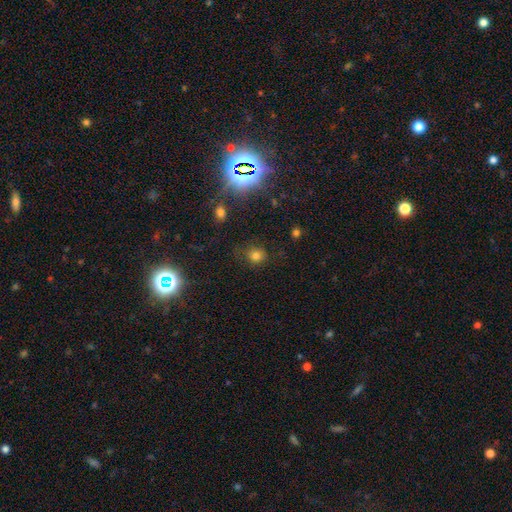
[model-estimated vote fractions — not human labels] smooth 73%, star or artifact 20%, featured or disk 7%. Down the decision tree: how rounded — round (74%); merging — none (74%).